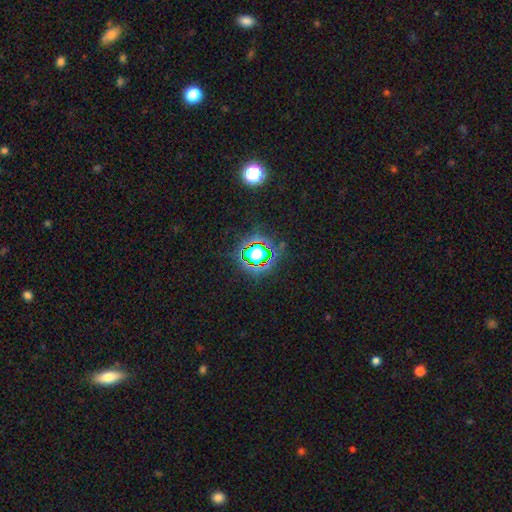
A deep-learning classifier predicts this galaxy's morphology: Overall: star or artifact (66%).